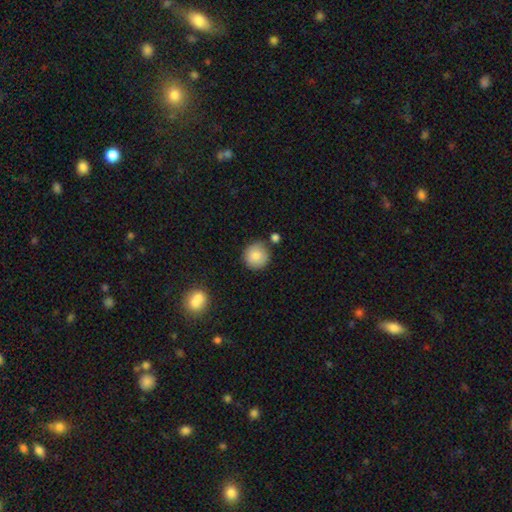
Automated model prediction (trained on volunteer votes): This appears to be a smooth galaxy with no disk features (84%) that is round (93%). Merging: none (78%).